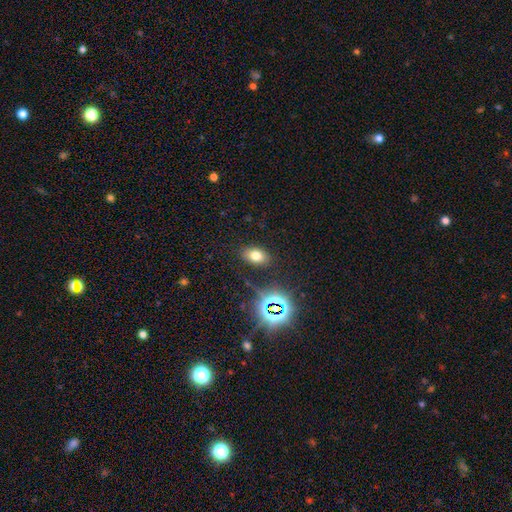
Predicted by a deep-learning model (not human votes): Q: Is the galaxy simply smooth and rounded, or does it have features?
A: smooth — 69%.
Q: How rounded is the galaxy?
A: in between — 84%.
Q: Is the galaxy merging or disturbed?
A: none — 85%.